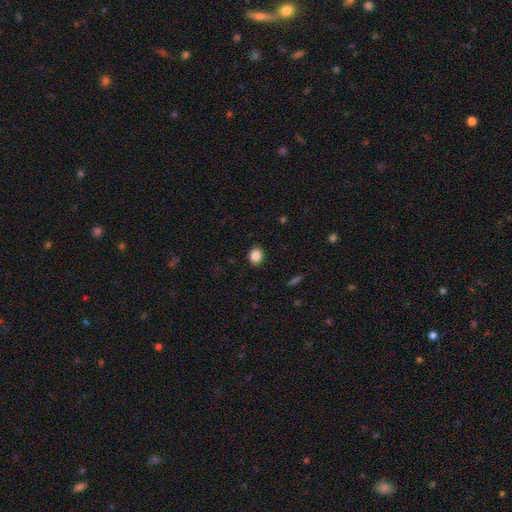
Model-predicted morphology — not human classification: A smooth galaxy with no disk features (86%) that is round (66%).

Vote fractions:
- Smooth or featured? smooth: 86% / star or artifact: 10% / featured or disk: 4%
- How rounded? round: 66% / in between: 33% / cigar-shaped: 1%
- Merging? none: 90% / minor disturbance: 7% / major disturbance: 2% / merger: 1%